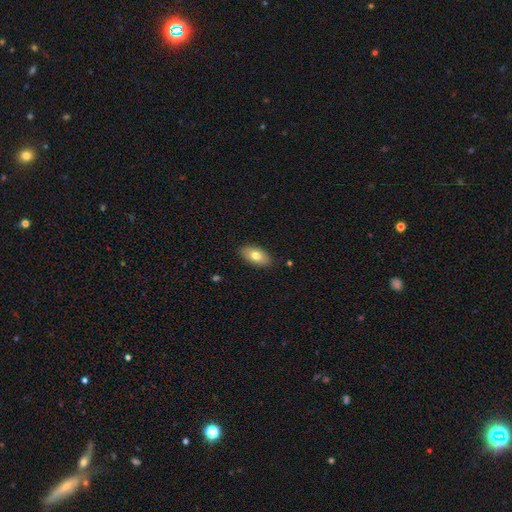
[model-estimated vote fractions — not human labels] smooth 75%, featured or disk 19%, star or artifact 7%. Down the decision tree: how rounded — in between (92%); merging — none (87%).